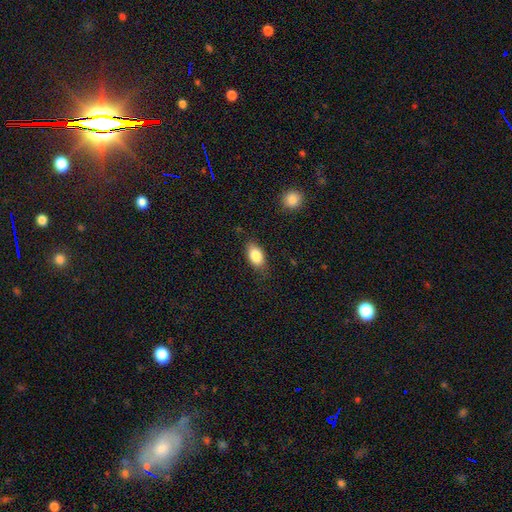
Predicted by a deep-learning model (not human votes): Smooth or featured? smooth (85%)
How rounded? in between (90%)
Merging? none (79%)